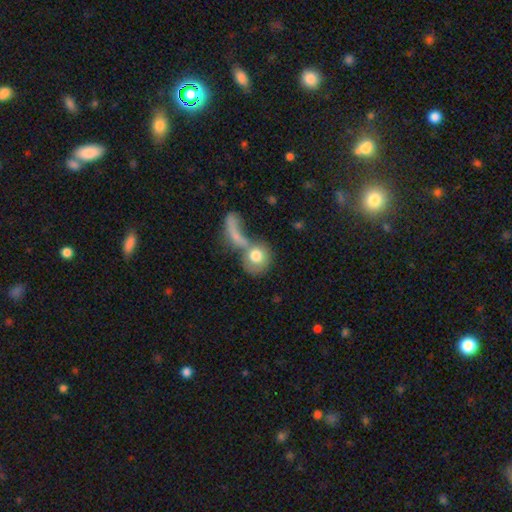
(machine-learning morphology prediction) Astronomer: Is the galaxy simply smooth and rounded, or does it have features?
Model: smooth — 70%.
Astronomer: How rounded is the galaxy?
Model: round — 75%.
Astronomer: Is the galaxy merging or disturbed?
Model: merger — 53%.